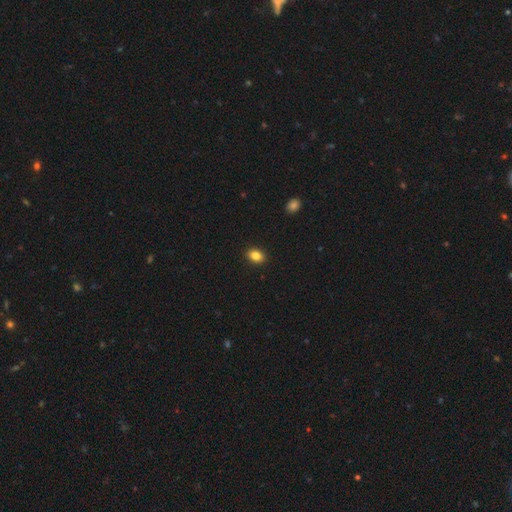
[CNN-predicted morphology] Smooth or featured?
  - smooth: 85% *
  - star or artifact: 10%
  - featured or disk: 5%
How rounded?
  - in between: 72% *
  - round: 26%
  - cigar-shaped: 1%
Merging?
  - none: 91% *
  - minor disturbance: 7%
  - major disturbance: 2%
  - merger: 1%